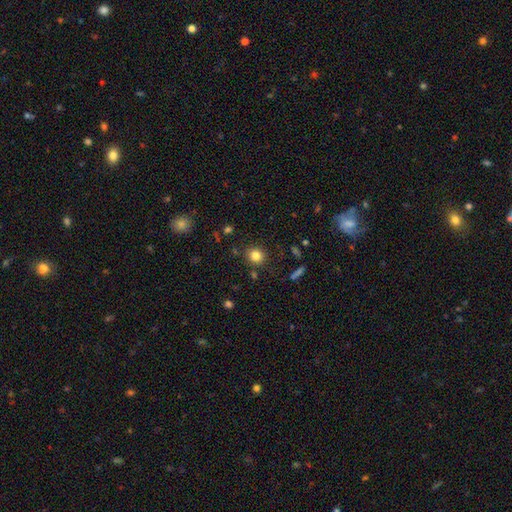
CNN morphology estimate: A smooth galaxy with no disk features (82%) that is round (88%).

Vote fractions:
- Smooth or featured? smooth: 82% / star or artifact: 12% / featured or disk: 6%
- How rounded? round: 88% / in between: 11% / cigar-shaped: 1%
- Merging? none: 86% / minor disturbance: 8% / merger: 3% / major disturbance: 3%